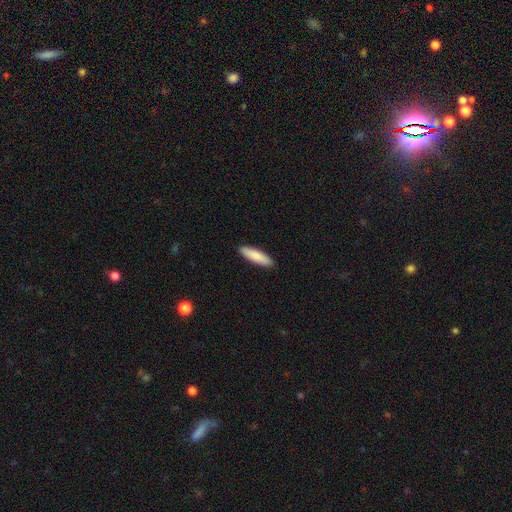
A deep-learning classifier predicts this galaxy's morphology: Smooth or featured? Predicted: smooth (p=0.87). How rounded? Predicted: cigar-shaped (p=0.67). Merging? Predicted: none (p=0.91).